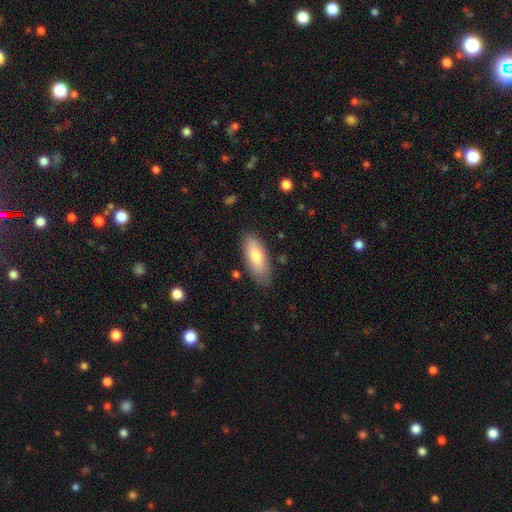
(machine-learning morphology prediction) Smooth or featured: smooth — 76% (featured or disk — 18%)
How rounded: in between — 79% (cigar-shaped — 19%)
Merging: none — 82% (minor disturbance — 14%)